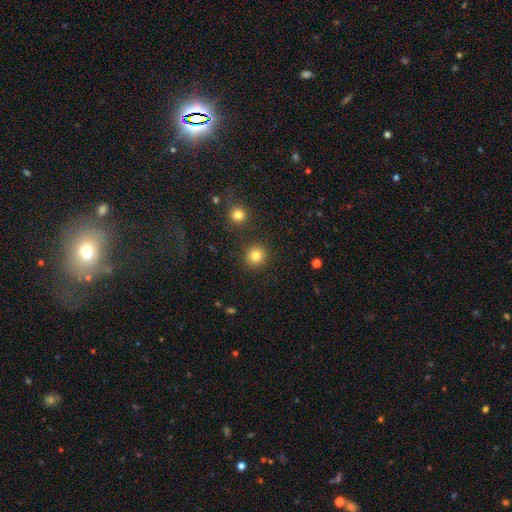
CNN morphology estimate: Overall: smooth (82%). How rounded: round (92%). Merging: none (90%).